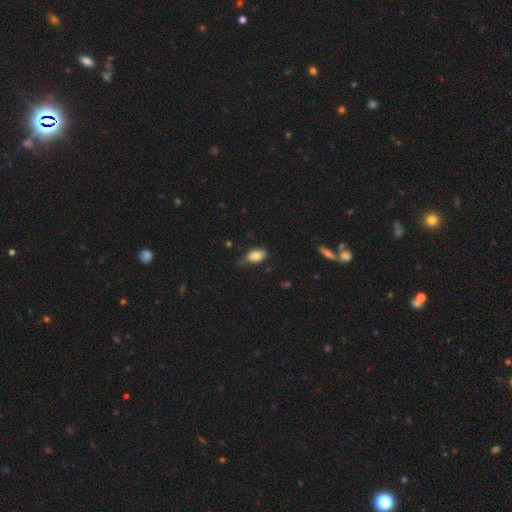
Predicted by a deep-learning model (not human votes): Overall: smooth (81%). How rounded: in between (90%). Merging: none (48%; minor disturbance 39%).